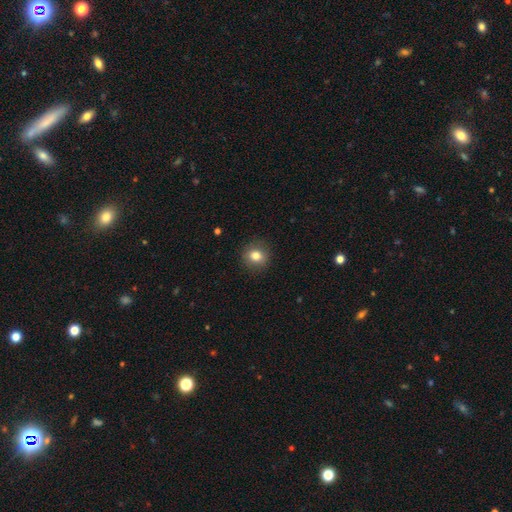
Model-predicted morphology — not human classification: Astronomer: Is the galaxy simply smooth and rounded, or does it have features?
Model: smooth — 81%.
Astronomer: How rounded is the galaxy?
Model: round — 85%.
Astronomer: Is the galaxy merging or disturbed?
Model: none — 89%.